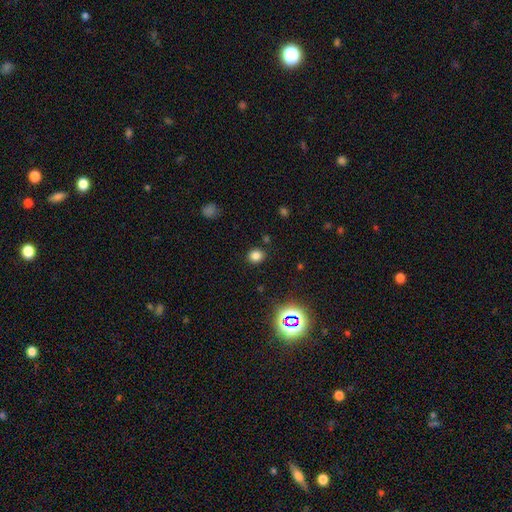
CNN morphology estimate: Smooth or featured?
  - smooth: 79% *
  - star or artifact: 16%
  - featured or disk: 5%
How rounded?
  - round: 79% *
  - in between: 20%
  - cigar-shaped: 1%
Merging?
  - none: 87% *
  - minor disturbance: 8%
  - major disturbance: 3%
  - merger: 2%